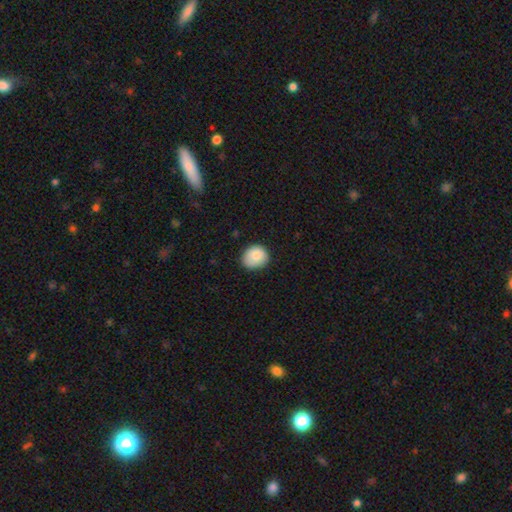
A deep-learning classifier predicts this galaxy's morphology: type=smooth (82%); roundness=round (71%); merging=none (78%).